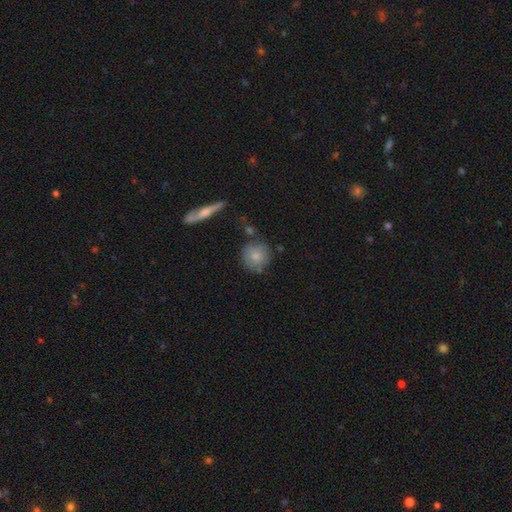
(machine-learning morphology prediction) smooth_or_featured: smooth (p=0.75) [alt: featured or disk p=0.18]
how_rounded: round (p=0.89) [alt: in between p=0.10]
merging: none (p=0.71) [alt: minor disturbance p=0.18]